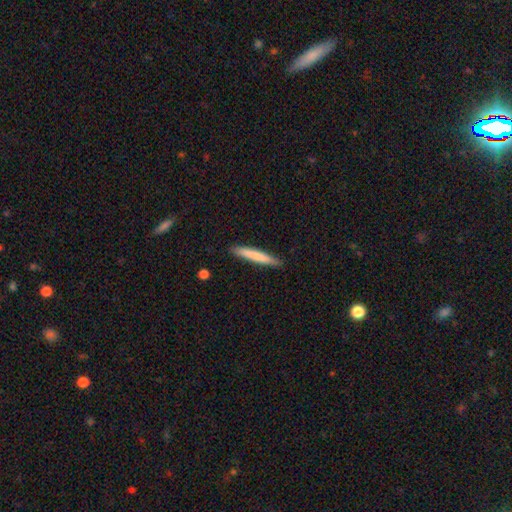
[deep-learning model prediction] Smooth or featured?
  - smooth: 76% *
  - featured or disk: 19%
  - star or artifact: 5%
How rounded?
  - cigar-shaped: 95% *
  - in between: 4%
  - round: 1%
Merging?
  - none: 88% *
  - minor disturbance: 9%
  - major disturbance: 2%
  - merger: 1%